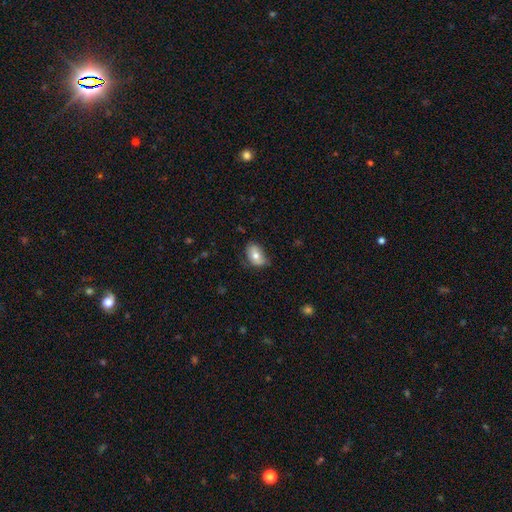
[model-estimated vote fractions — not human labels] Overall: smooth (68%). How rounded: in between (85%). Merging: none (55%; minor disturbance 33%).